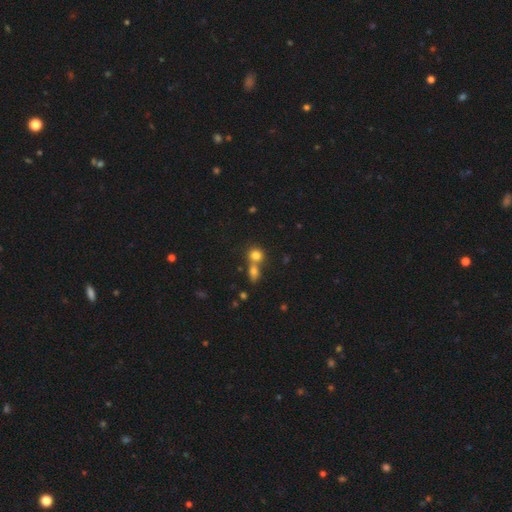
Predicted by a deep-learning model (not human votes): smooth-or-featured: smooth: 78% | star or artifact: 12% | featured or disk: 9%
  how-rounded: round: 77% | in between: 21% | cigar-shaped: 2%
  merging: merger: 49% | none: 41% | minor disturbance: 7% | major disturbance: 3%